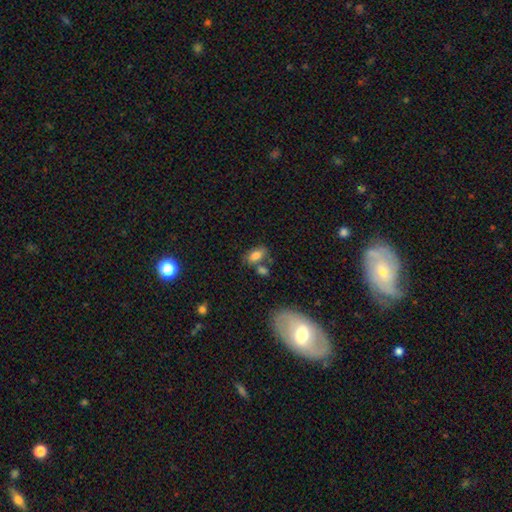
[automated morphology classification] Smooth or featured: smooth — 78% (featured or disk — 14%)
How rounded: in between — 88% (cigar-shaped — 6%)
Merging: none — 59% (merger — 19%)